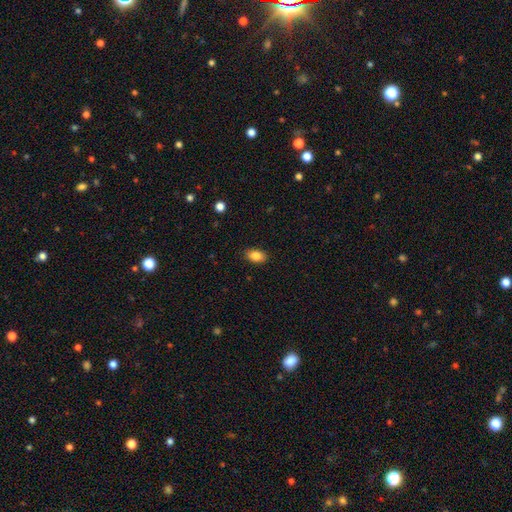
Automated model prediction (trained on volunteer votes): smooth-or-featured: smooth: 86% | star or artifact: 8% | featured or disk: 5%
  how-rounded: in between: 89% | round: 9% | cigar-shaped: 2%
  merging: none: 88% | minor disturbance: 9% | major disturbance: 2% | merger: 1%